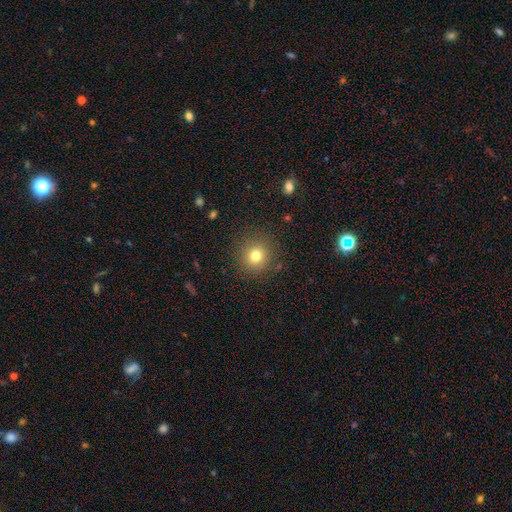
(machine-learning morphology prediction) Overall: smooth (77%). How rounded: round (92%). Merging: none (89%).